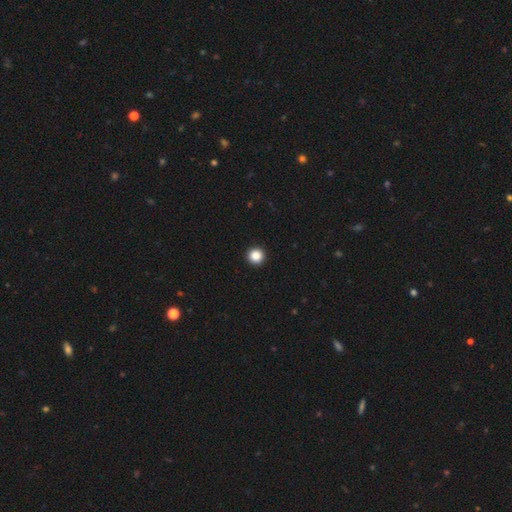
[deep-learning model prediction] The model was most divided on "smooth or featured": smooth: 87%, star or artifact: 10%, featured or disk: 3%. More confident: how rounded — round (96%); merging — none (94%).